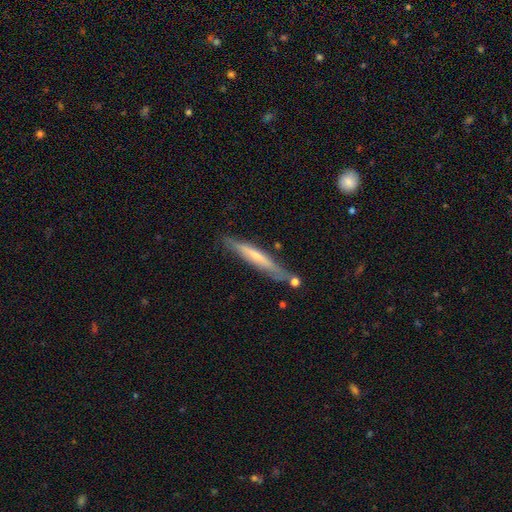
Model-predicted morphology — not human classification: The model was most divided on "smooth or featured": featured or disk: 48%, smooth: 45%, star or artifact: 6%. More confident: merging — none (77%).